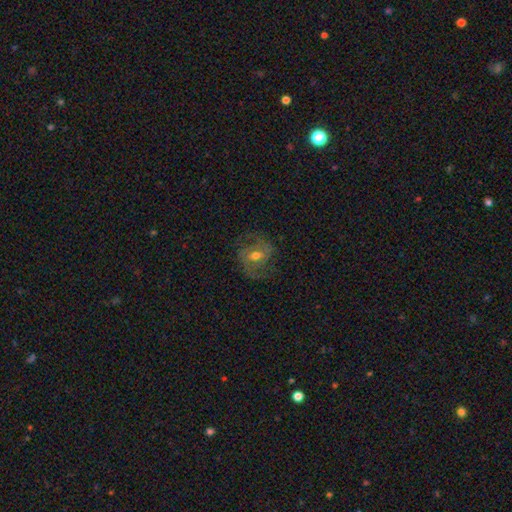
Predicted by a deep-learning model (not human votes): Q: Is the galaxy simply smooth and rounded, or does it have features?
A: featured or disk — 66%.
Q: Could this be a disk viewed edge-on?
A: no — 96%.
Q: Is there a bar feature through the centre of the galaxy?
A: weak — 47%.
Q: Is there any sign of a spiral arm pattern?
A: yes — 81%.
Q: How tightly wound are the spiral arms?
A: medium — 48%.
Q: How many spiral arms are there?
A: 2 — 77%.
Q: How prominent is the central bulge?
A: moderate — 74%.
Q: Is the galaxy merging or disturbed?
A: none — 67%.